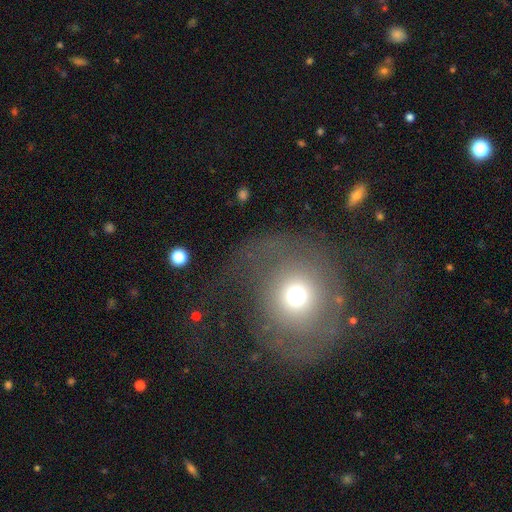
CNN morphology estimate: A featured or disk galaxy (55%) with no bar (81%), spiral arms (67%) and a moderate central bulge (64%). Merging: none (47%).